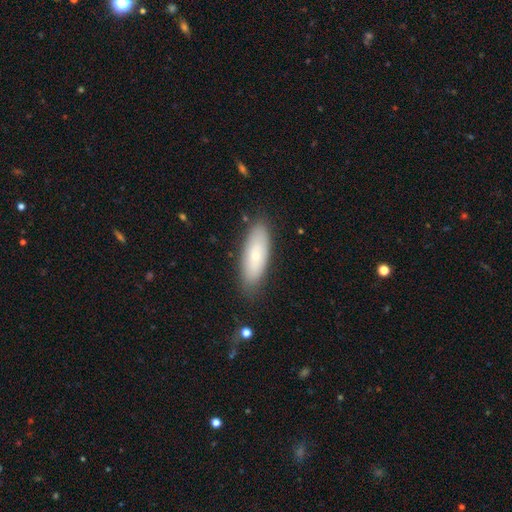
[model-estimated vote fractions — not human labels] Q: Smooth or featured?
A: smooth (64%); runner-up: featured or disk (30%)
Q: How rounded?
A: in between (70%); runner-up: cigar-shaped (28%)
Q: Merging?
A: none (82%); runner-up: minor disturbance (13%)